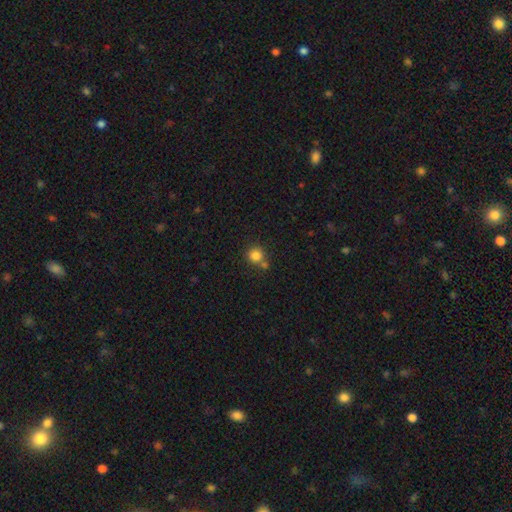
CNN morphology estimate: type=smooth (83%); roundness=round (91%); merging=none (64%).